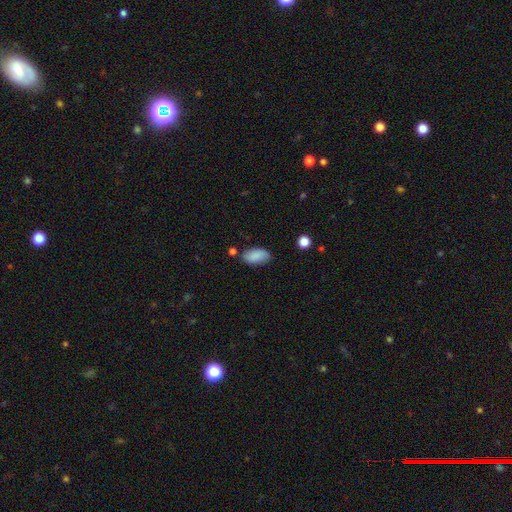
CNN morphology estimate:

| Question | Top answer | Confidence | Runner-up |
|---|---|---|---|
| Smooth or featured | smooth | 87% | star or artifact (7%) |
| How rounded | in between | 94% | cigar-shaped (3%) |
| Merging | none | 75% | minor disturbance (17%) |